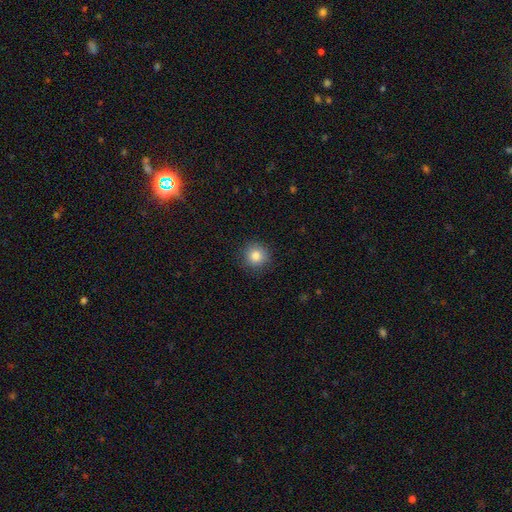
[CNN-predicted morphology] smooth 84%, star or artifact 10%, featured or disk 6%. Down the decision tree: how rounded — round (93%); merging — none (88%).